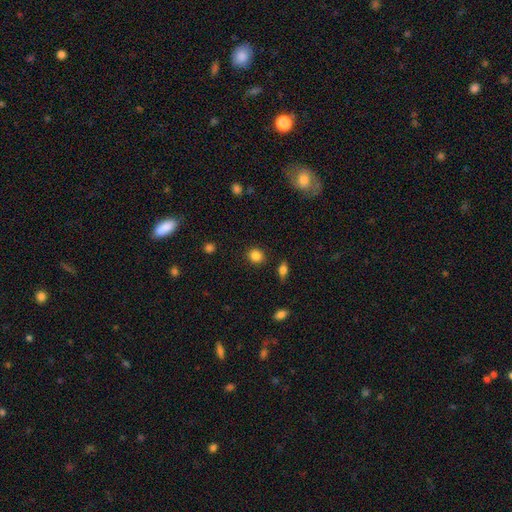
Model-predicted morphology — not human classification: smooth 86%, star or artifact 10%, featured or disk 4%. Down the decision tree: how rounded — round (81%); merging — none (89%).